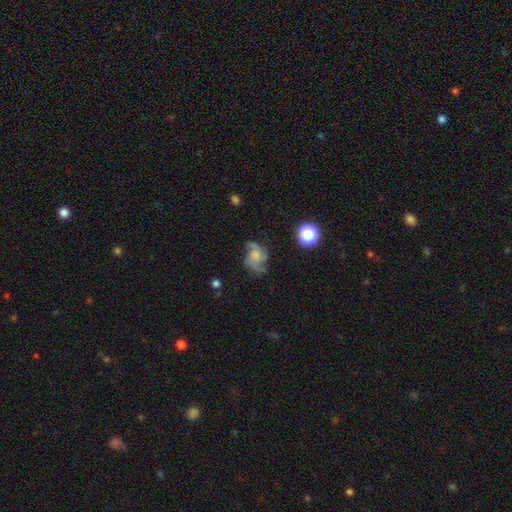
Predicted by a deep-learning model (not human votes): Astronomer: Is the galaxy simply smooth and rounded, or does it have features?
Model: featured or disk — 65%.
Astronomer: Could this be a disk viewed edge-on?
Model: no — 98%.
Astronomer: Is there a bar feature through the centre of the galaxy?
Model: no — 76%.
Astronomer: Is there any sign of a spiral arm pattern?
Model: yes — 88%.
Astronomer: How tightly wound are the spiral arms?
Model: medium — 45% (runner-up: loose, 35%).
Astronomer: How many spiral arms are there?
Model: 3 — 39% (runner-up: 2, 27%).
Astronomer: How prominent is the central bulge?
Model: small — 30% (runner-up: none, 29%).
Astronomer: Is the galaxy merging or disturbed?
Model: none — 51%.